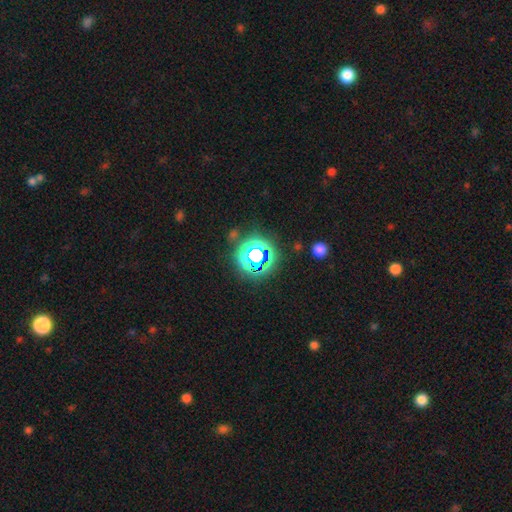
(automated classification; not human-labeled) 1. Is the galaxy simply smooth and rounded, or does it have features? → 74% star or artifact, 18% smooth, 7% featured or disk.